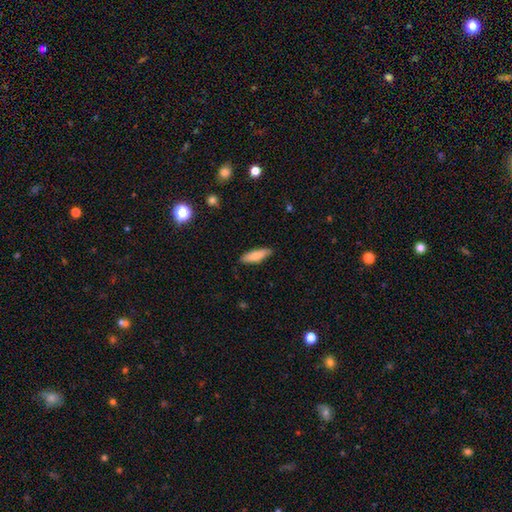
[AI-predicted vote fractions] This is likely a smooth galaxy (79%). How rounded: possibly cigar-shaped (51%). Merging: clearly none (85%).